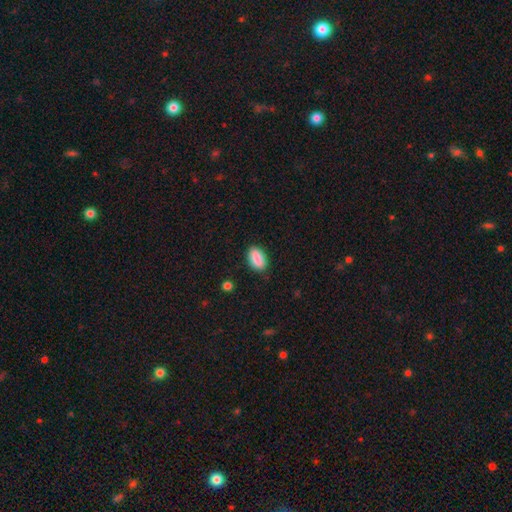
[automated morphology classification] smooth 89%, star or artifact 7%, featured or disk 4%. Down the decision tree: how rounded — in between (92%); merging — none (86%).